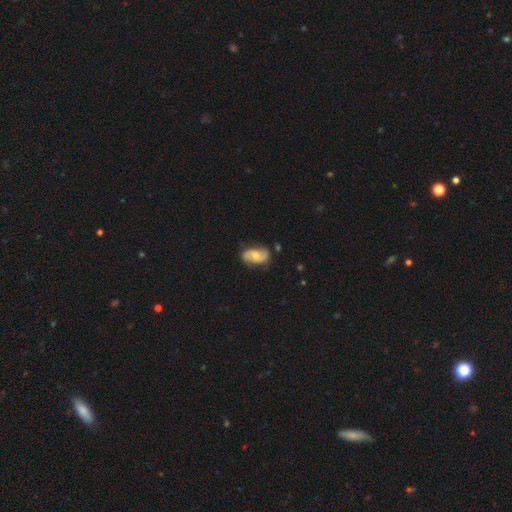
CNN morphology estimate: A featured or disk galaxy (61%) with no bar (57%), 2 (88%) loose (43%) spiral arms (90%) and a moderate central bulge (55%). Merging: none (72%).